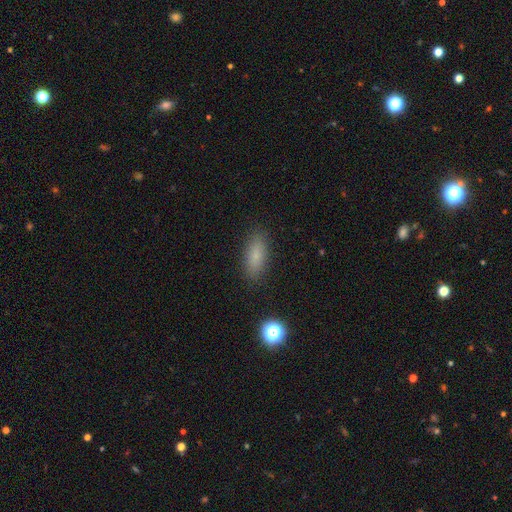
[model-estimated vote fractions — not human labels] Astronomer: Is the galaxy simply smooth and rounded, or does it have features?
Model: smooth — 78%.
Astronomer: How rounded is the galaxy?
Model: in between — 70%.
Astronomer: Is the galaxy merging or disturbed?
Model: none — 87%.